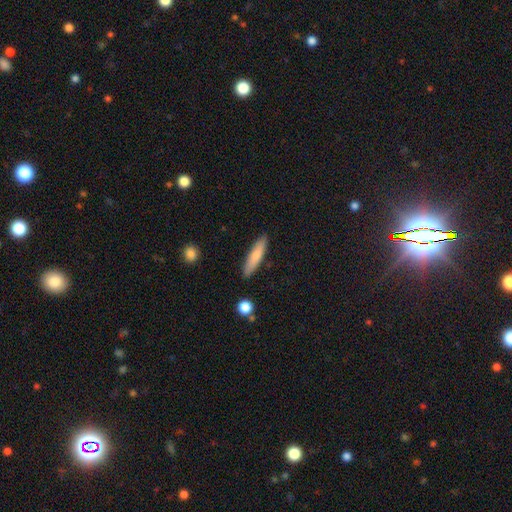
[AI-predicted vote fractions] This is likely a smooth galaxy (77%). How rounded: likely cigar-shaped (78%). Merging: clearly none (87%).